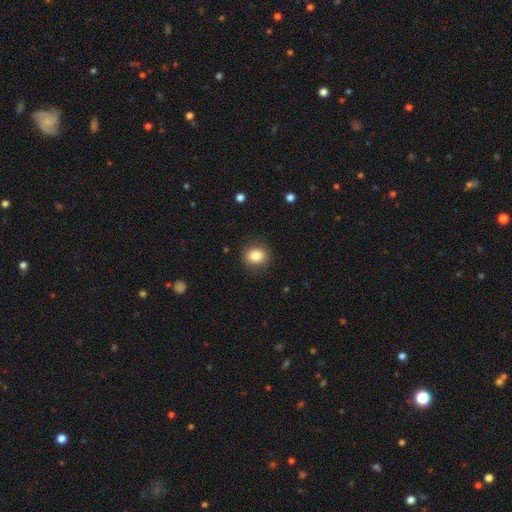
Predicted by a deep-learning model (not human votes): The model was most divided on "how rounded": round: 74%, in between: 25%, cigar-shaped: 1%. More confident: merging — none (89%); smooth or featured — smooth (84%).